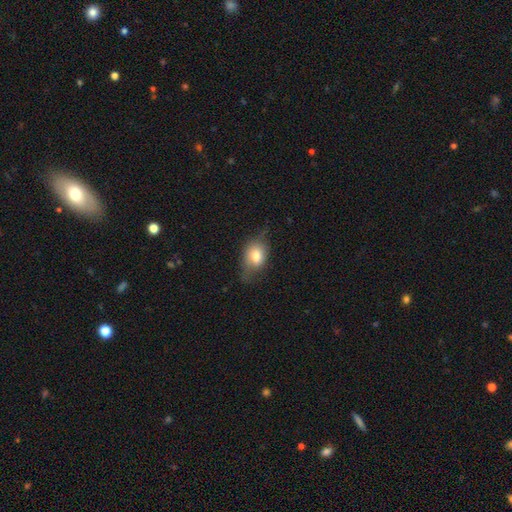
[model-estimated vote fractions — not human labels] smooth_or_featured: smooth (p=0.70) [alt: featured or disk p=0.22]
how_rounded: in between (p=0.72) [alt: round p=0.26]
merging: none (p=0.52) [alt: minor disturbance p=0.33]